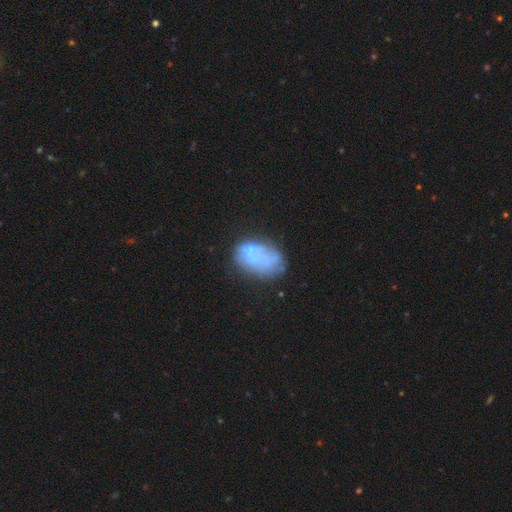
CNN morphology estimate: smooth_or_featured: smooth (p=0.48) [alt: featured or disk p=0.41]
merging: none (p=0.44) [alt: minor disturbance p=0.25]